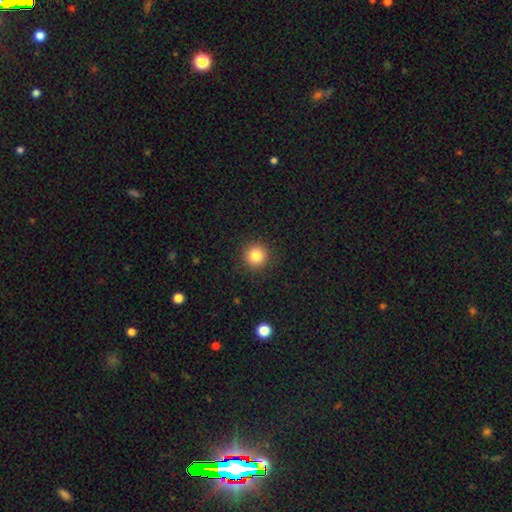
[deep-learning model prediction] This is clearly a smooth galaxy (84%). How rounded: clearly round (95%). Merging: clearly none (92%).